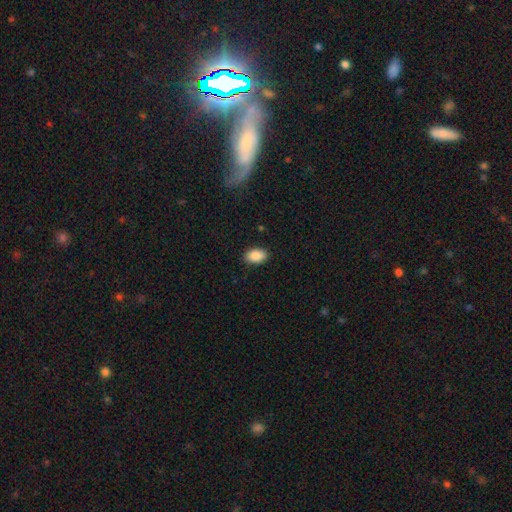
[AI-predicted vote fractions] Smooth or featured?
  - smooth: 87% *
  - star or artifact: 7%
  - featured or disk: 6%
How rounded?
  - in between: 91% *
  - round: 8%
  - cigar-shaped: 1%
Merging?
  - none: 89% *
  - minor disturbance: 8%
  - major disturbance: 2%
  - merger: 1%